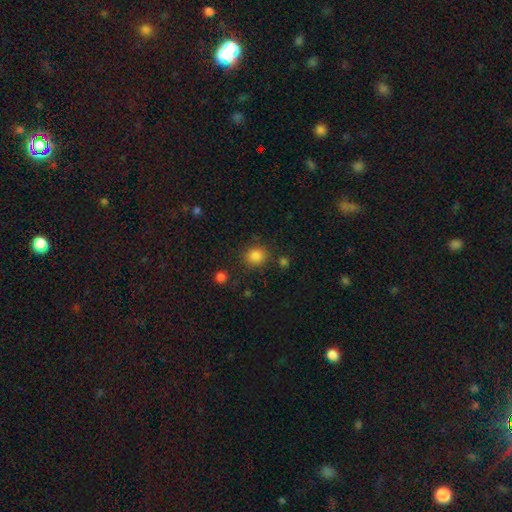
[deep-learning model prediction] A smooth galaxy with no disk features (84%) that is round (78%).

Vote fractions:
- Smooth or featured? smooth: 84% / star or artifact: 12% / featured or disk: 4%
- How rounded? round: 78% / in between: 21% / cigar-shaped: 1%
- Merging? none: 82% / minor disturbance: 10% / merger: 4% / major disturbance: 4%